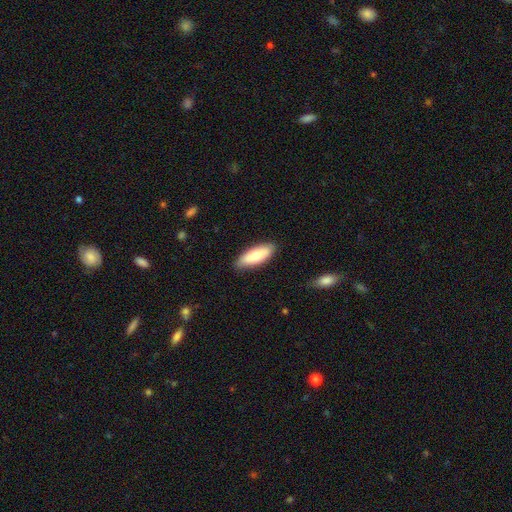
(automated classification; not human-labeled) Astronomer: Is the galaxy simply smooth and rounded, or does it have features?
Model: smooth — 79%.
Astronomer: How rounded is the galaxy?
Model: in between — 71%.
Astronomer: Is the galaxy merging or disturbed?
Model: none — 85%.